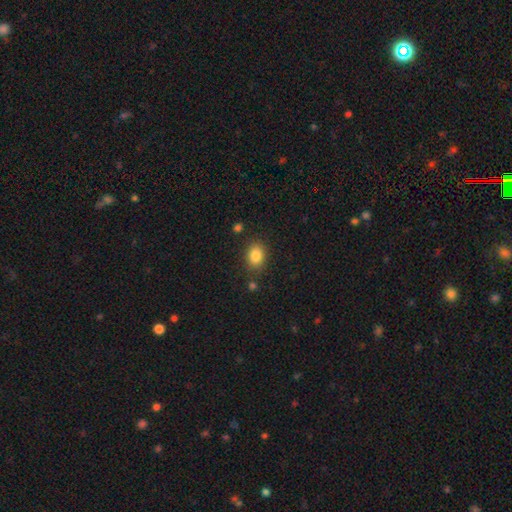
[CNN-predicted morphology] Smooth or featured? Predicted: smooth (p=0.84). How rounded? Predicted: in between (p=0.62). Merging? Predicted: none (p=0.82).